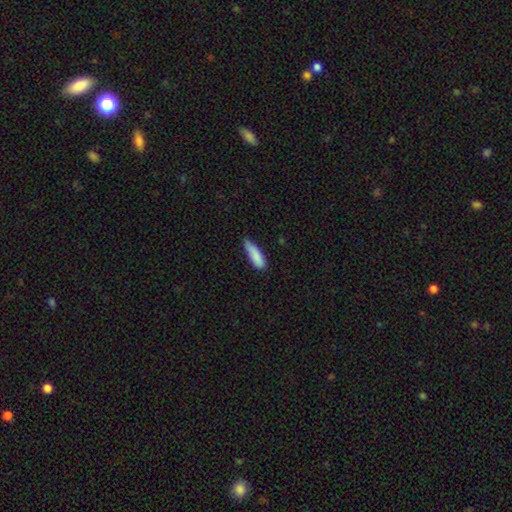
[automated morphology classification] A smooth galaxy with no disk features (87%) that is cigar-shaped (56%).

Vote fractions:
- Smooth or featured? smooth: 87% / featured or disk: 7% / star or artifact: 7%
- How rounded? cigar-shaped: 56% / in between: 42% / round: 2%
- Merging? none: 55% / minor disturbance: 38% / major disturbance: 5% / merger: 2%